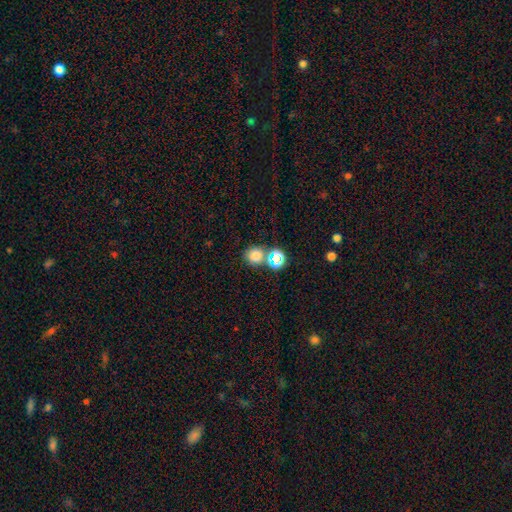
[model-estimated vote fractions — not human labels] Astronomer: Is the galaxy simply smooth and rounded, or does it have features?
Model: smooth — 72%.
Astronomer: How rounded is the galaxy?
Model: round — 77%.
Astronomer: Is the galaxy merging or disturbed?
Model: none — 61%.